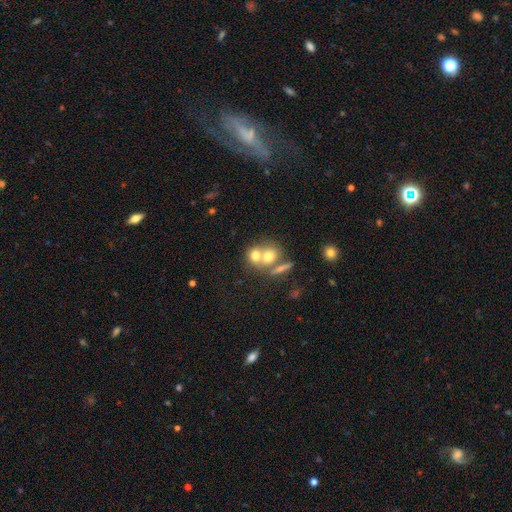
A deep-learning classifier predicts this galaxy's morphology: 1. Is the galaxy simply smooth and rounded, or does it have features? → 67% smooth, 22% featured or disk, 11% star or artifact.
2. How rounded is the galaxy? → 68% round, 30% in between, 2% cigar-shaped.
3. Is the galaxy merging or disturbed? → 61% merger, 28% none, 6% minor disturbance, 4% major disturbance.